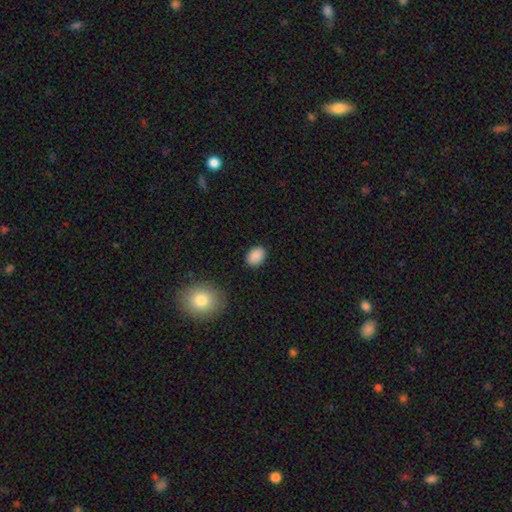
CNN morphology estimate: Overall: smooth (89%). How rounded: in between (77%). Merging: none (87%).